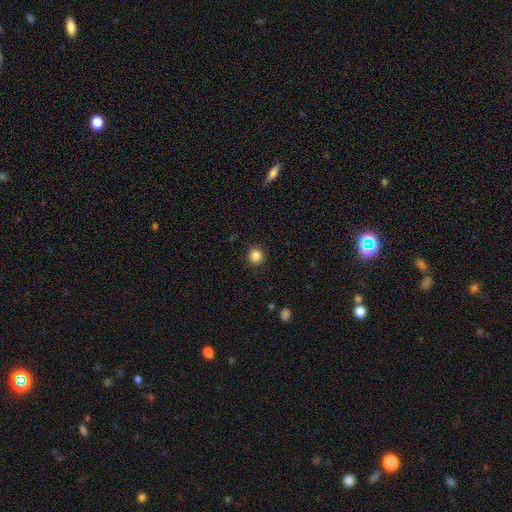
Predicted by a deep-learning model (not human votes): Smooth or featured: smooth — 86% (star or artifact — 11%)
How rounded: round — 91% (in between — 8%)
Merging: none — 91% (minor disturbance — 6%)